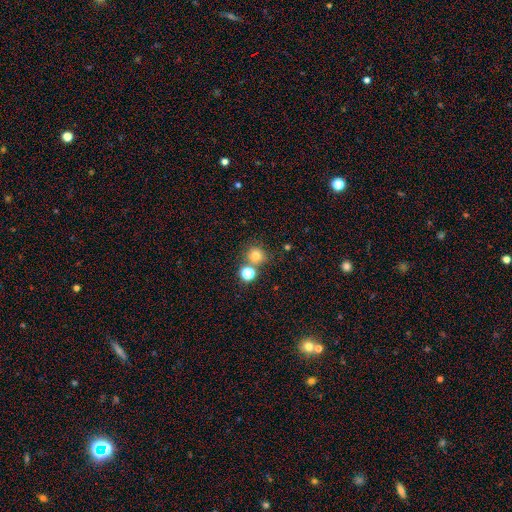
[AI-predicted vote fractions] The model was most divided on "merging": none: 68%, merger: 20%, minor disturbance: 8%, major disturbance: 3%. More confident: how rounded — round (90%); smooth or featured — smooth (75%).